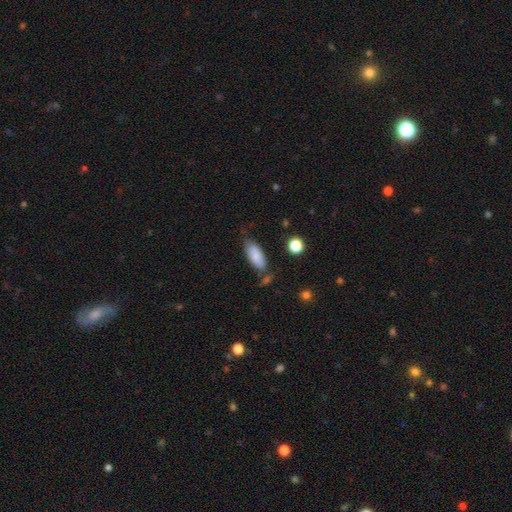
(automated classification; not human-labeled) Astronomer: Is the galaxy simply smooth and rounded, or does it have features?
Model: smooth — 83%.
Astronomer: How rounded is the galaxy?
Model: in between — 82%.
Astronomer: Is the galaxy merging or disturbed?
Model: none — 65%.